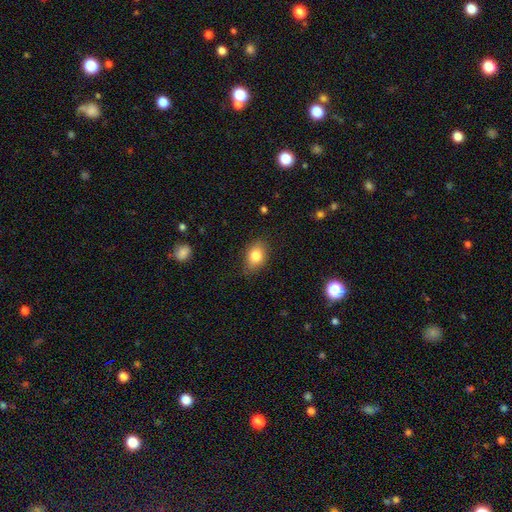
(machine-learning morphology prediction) A smooth galaxy with no disk features (83%) that is in between round and cigar-shaped (71%). Merging: none (78%).